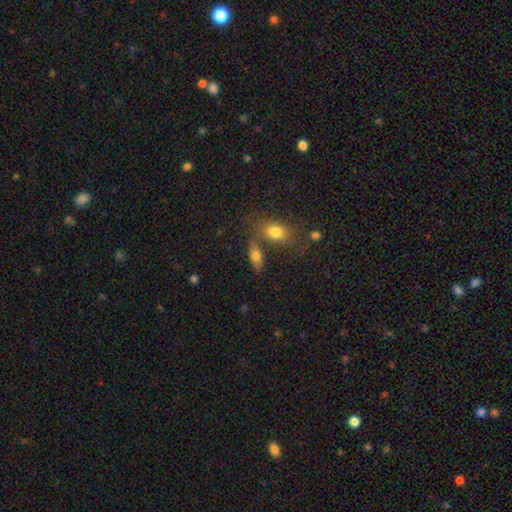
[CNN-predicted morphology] This appears to be a smooth galaxy with no disk features (72%) that is in between round and cigar-shaped (80%). Merging: none (53%).